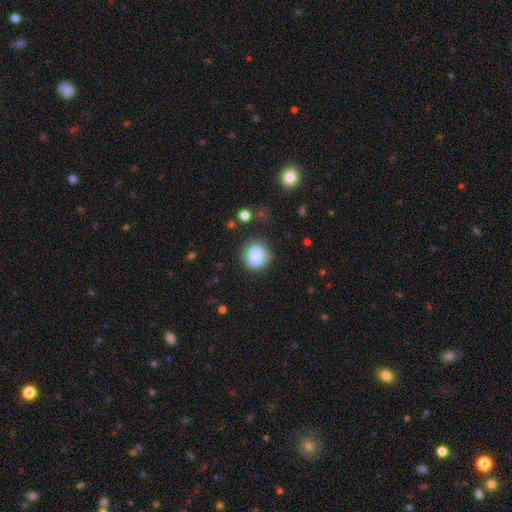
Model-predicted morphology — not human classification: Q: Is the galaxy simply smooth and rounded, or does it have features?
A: smooth — 84%.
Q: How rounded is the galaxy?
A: round — 85%.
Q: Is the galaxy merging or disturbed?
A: none — 73%.